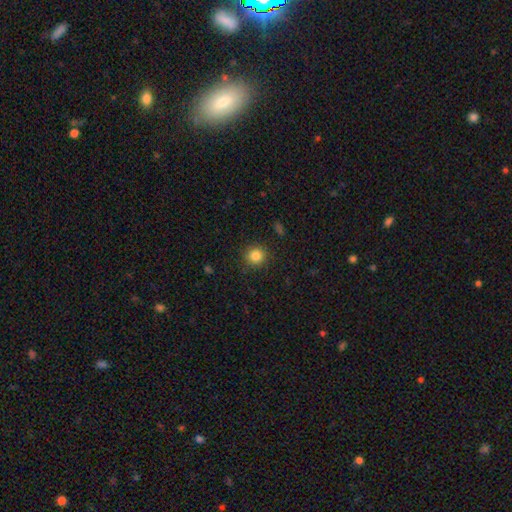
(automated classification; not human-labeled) Morphology: type=smooth (84%); roundness=round (93%); merging=none (90%).